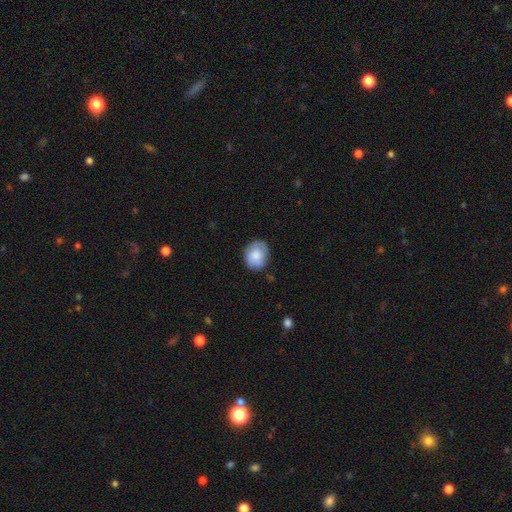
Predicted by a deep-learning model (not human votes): Smooth or featured?
  - smooth: 78% *
  - featured or disk: 15%
  - star or artifact: 7%
How rounded?
  - round: 52% *
  - in between: 47%
  - cigar-shaped: 1%
Merging?
  - none: 75% *
  - minor disturbance: 20%
  - major disturbance: 4%
  - merger: 2%